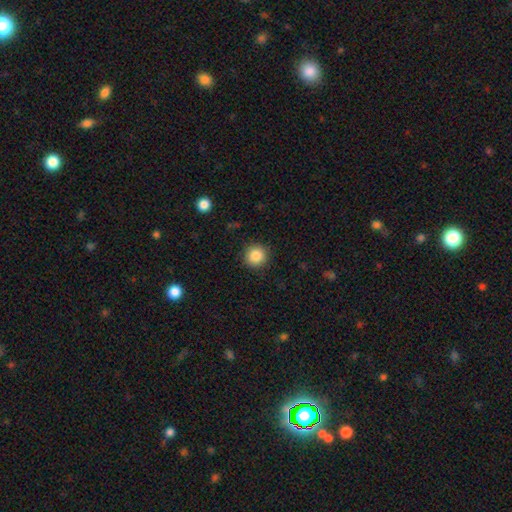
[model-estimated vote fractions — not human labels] A smooth galaxy with no disk features (86%) that is round (94%). Merging: none (91%).